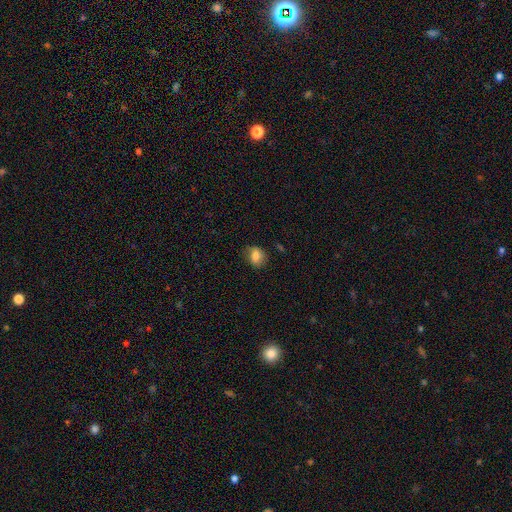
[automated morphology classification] Smooth or featured?
  - smooth: 81% *
  - star or artifact: 10%
  - featured or disk: 9%
How rounded?
  - in between: 54% *
  - round: 44%
  - cigar-shaped: 1%
Merging?
  - none: 74% *
  - minor disturbance: 19%
  - major disturbance: 5%
  - merger: 1%